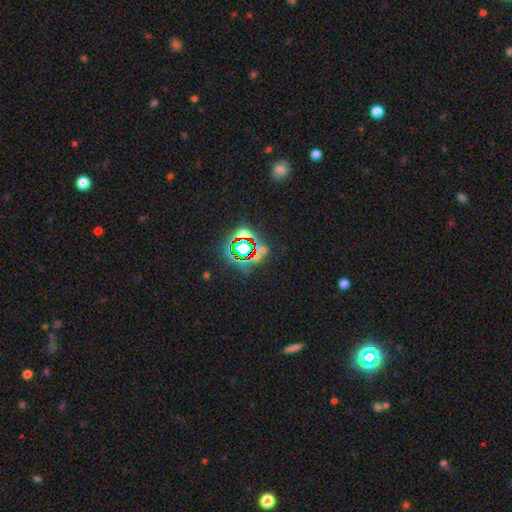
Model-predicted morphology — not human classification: smooth-or-featured: star or artifact: 70% | smooth: 20% | featured or disk: 10%